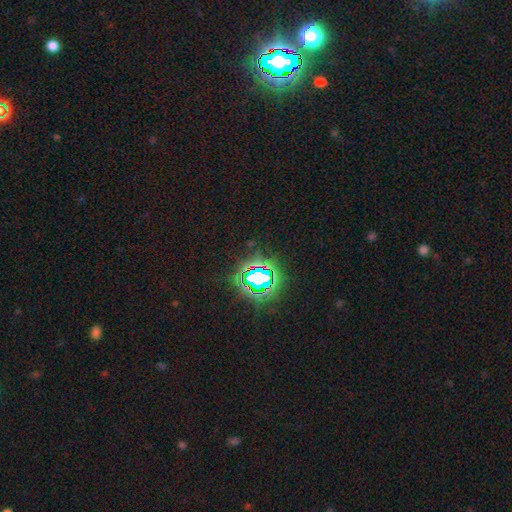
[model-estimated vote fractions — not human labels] smooth-or-featured: star or artifact: 82% | smooth: 12% | featured or disk: 6%